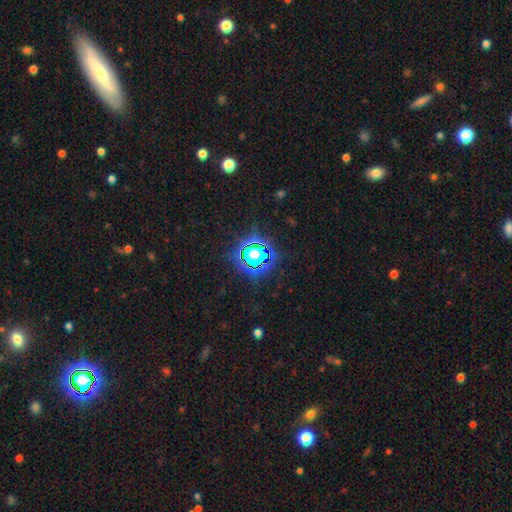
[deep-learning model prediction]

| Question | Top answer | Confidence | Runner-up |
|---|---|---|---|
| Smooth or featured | star or artifact | 71% | smooth (19%) |